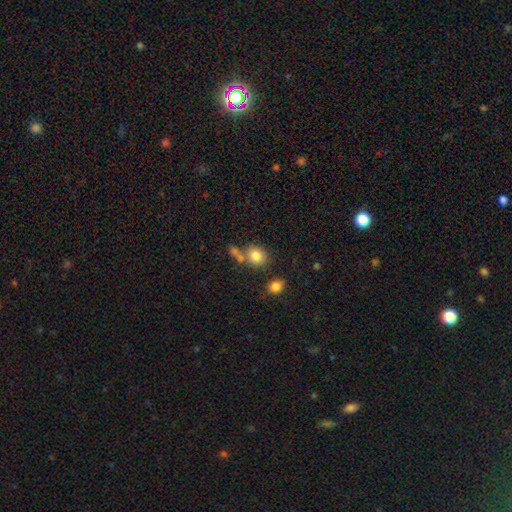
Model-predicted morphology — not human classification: A smooth galaxy with no disk features (82%) that is round (67%).

Vote fractions:
- Smooth or featured? smooth: 82% / star or artifact: 10% / featured or disk: 8%
- How rounded? round: 67% / in between: 32% / cigar-shaped: 1%
- Merging? none: 58% / merger: 24% / minor disturbance: 12% / major disturbance: 5%